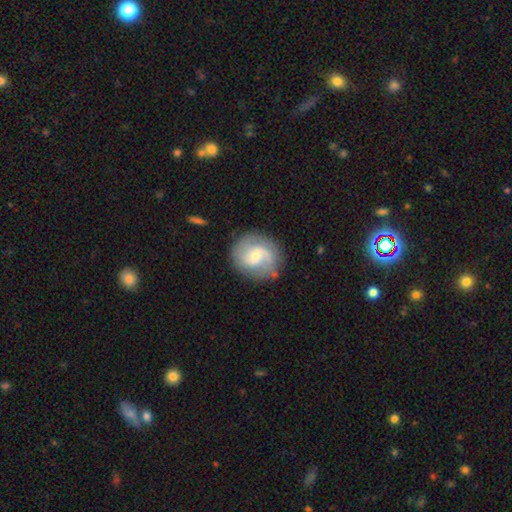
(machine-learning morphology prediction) Smooth or featured? featured or disk (78%)
Edge-on disk? no (98%)
Bar? no (47%)
Spiral arms? yes (95%)
Spiral winding? medium (50%)
Spiral arm count? 2 (80%)
Bulge size? small (66%)
Merging? none (80%)